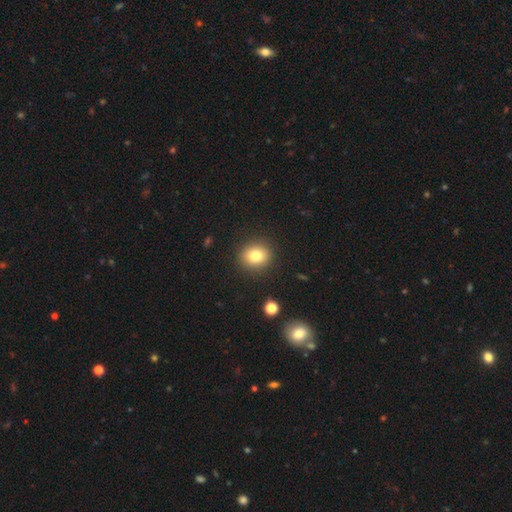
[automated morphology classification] type=smooth (80%); roundness=round (78%); merging=none (89%).